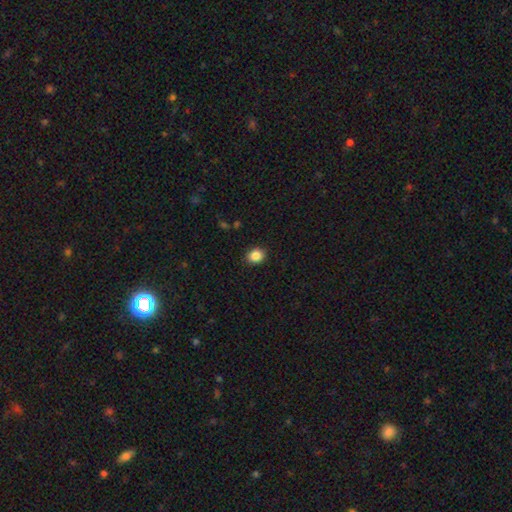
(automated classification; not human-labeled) smooth-or-featured: smooth: 86% | star or artifact: 10% | featured or disk: 4%
  how-rounded: round: 69% | in between: 30% | cigar-shaped: 1%
  merging: none: 91% | minor disturbance: 6% | major disturbance: 2% | merger: 1%